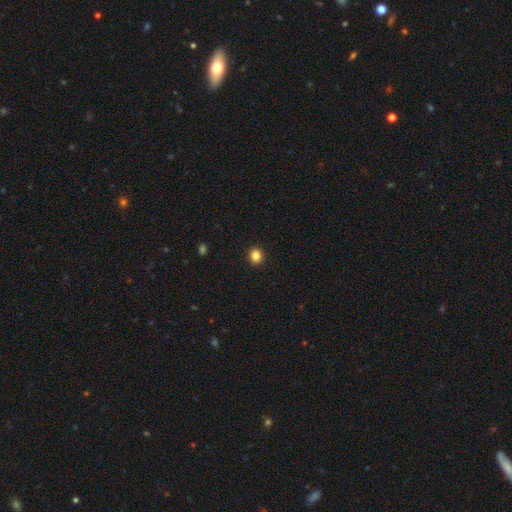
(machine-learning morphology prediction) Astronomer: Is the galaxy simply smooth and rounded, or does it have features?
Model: smooth — 85%.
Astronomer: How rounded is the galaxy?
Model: round — 81%.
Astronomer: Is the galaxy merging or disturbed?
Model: none — 93%.